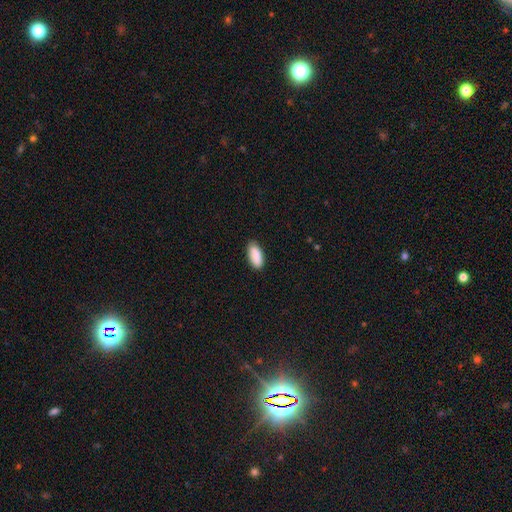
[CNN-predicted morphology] Smooth or featured?
  - smooth: 90% *
  - star or artifact: 6%
  - featured or disk: 3%
How rounded?
  - in between: 90% *
  - cigar-shaped: 8%
  - round: 2%
Merging?
  - none: 85% *
  - minor disturbance: 12%
  - major disturbance: 2%
  - merger: 1%